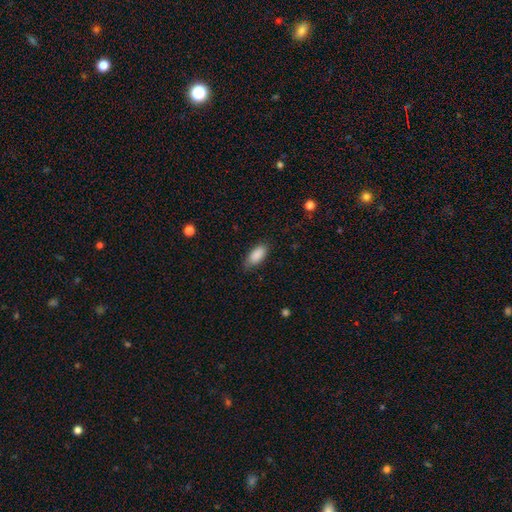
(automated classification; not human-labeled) smooth-or-featured: smooth: 89% | star or artifact: 7% | featured or disk: 4%
  how-rounded: in between: 89% | cigar-shaped: 9% | round: 2%
  merging: none: 78% | minor disturbance: 18% | major disturbance: 4% | merger: 1%